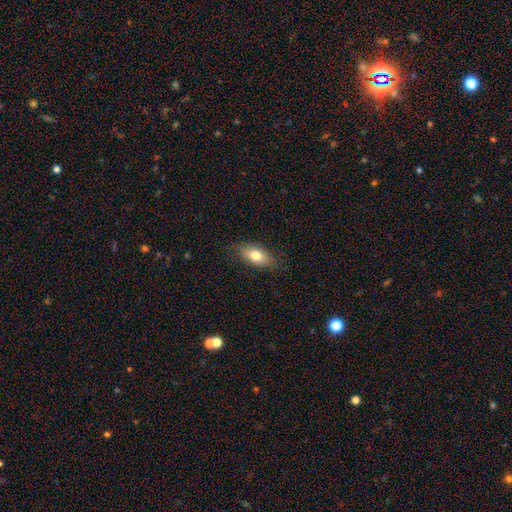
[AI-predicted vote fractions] smooth 76%, featured or disk 16%, star or artifact 8%. Down the decision tree: how rounded — in between (86%); merging — none (82%).